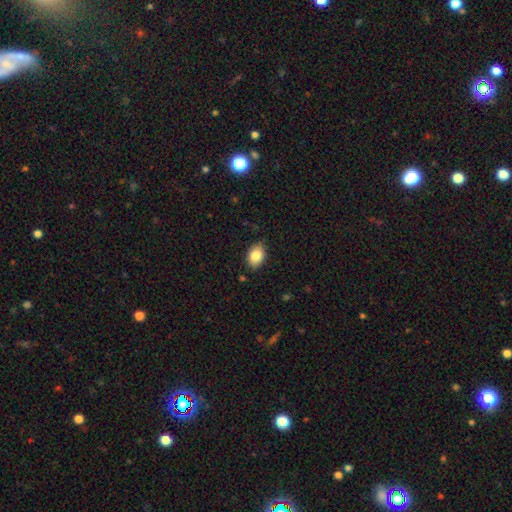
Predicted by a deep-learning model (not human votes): This is clearly a smooth galaxy (84%). How rounded: clearly in between (82%). Merging: clearly none (80%).